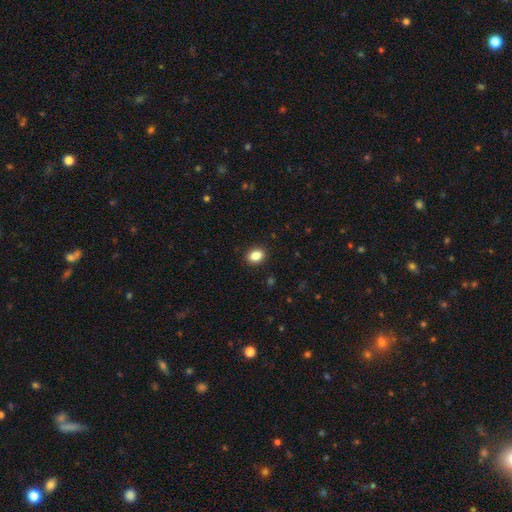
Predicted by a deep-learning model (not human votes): Overall: smooth (86%). How rounded: in between (68%; round 31%). Merging: none (90%).